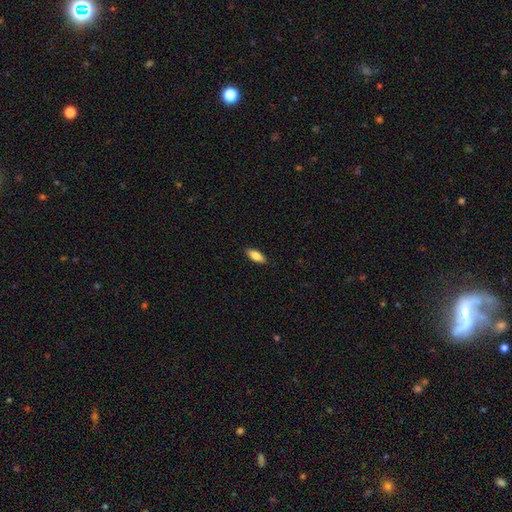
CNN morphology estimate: The model was most divided on "how rounded": in between: 73%, cigar-shaped: 24%, round: 2%. More confident: merging — none (89%); smooth or featured — smooth (81%).